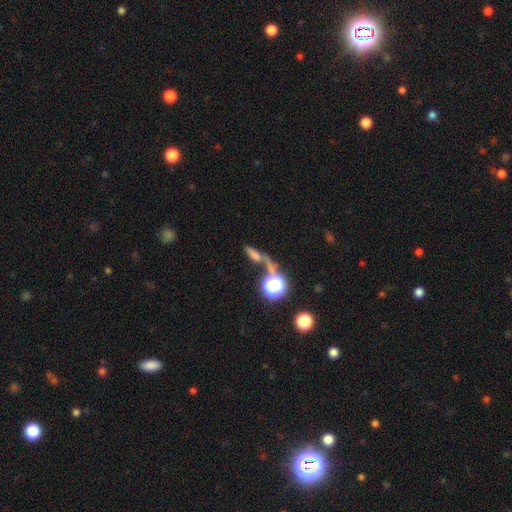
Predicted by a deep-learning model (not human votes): smooth_or_featured: smooth (p=0.45) [alt: star or artifact p=0.28]
merging: none (p=0.42) [alt: merger p=0.31]